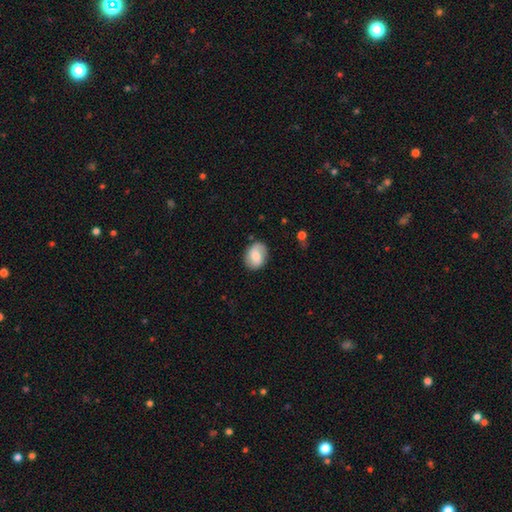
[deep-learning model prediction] Smooth or featured? Predicted: smooth (p=0.58). How rounded? Predicted: in between (p=0.60). Merging? Predicted: none (p=0.79).